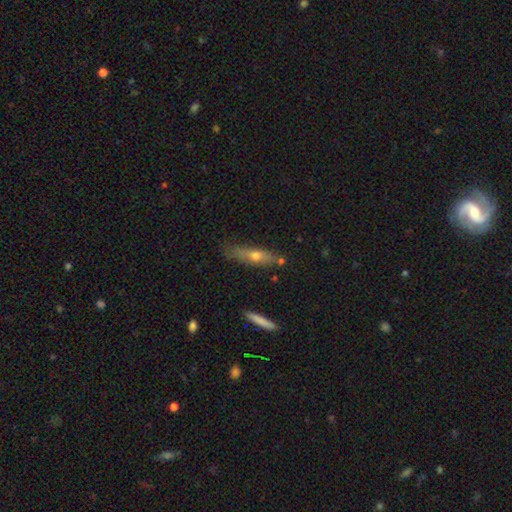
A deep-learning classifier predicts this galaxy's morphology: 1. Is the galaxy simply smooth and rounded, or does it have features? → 52% smooth, 41% featured or disk, 7% star or artifact.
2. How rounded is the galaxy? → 76% cigar-shaped, 21% in between, 2% round.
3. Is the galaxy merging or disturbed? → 67% none, 22% minor disturbance, 6% major disturbance, 5% merger.